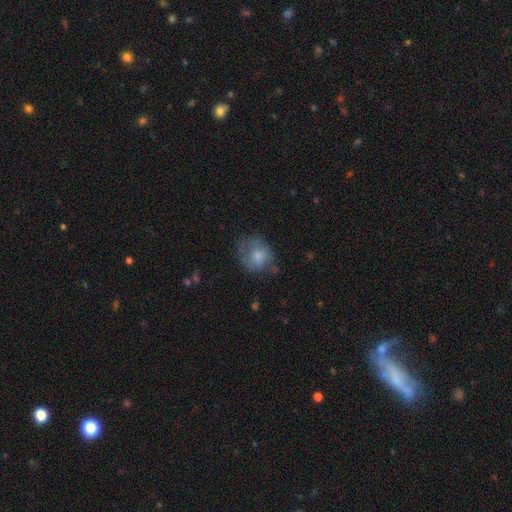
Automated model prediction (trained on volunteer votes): smooth-or-featured: smooth: 66% | featured or disk: 25% | star or artifact: 9%
  how-rounded: round: 60% | in between: 39% | cigar-shaped: 1%
  merging: none: 51% | minor disturbance: 29% | major disturbance: 18% | merger: 2%